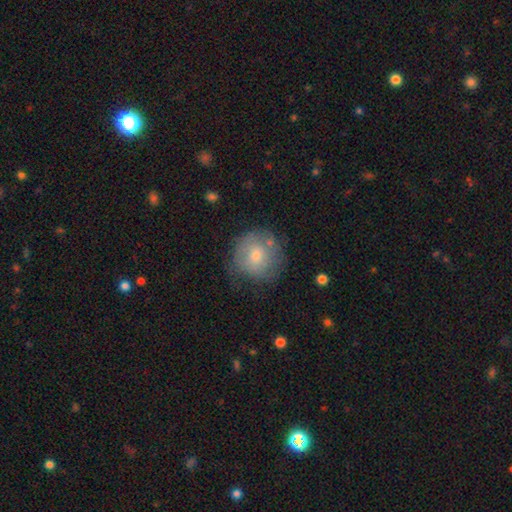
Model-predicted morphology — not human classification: Smooth or featured? Predicted: smooth (p=0.65). How rounded? Predicted: round (p=0.91). Merging? Predicted: none (p=0.61).